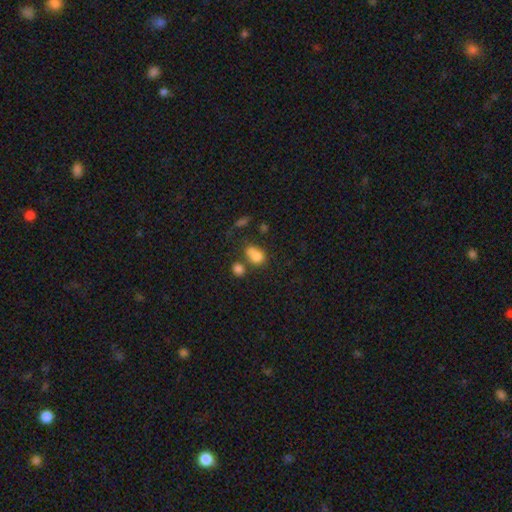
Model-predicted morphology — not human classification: Overall: smooth (77%). How rounded: in between (55%; round 43%). Merging: merger (41%; none 33%).